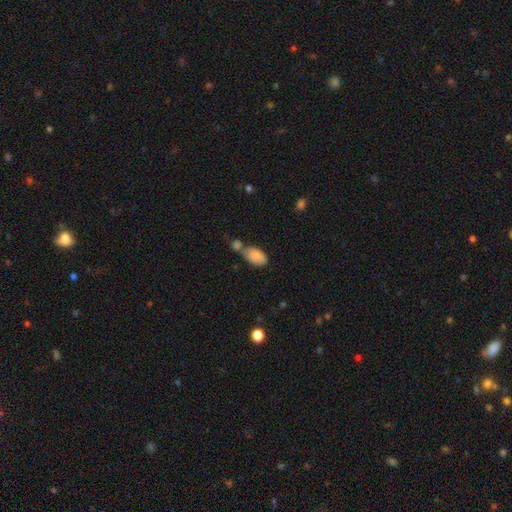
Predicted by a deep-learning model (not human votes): A smooth galaxy with no disk features (81%) that is in between round and cigar-shaped (94%).

Vote fractions:
- Smooth or featured? smooth: 81% / featured or disk: 12% / star or artifact: 7%
- How rounded? in between: 94% / round: 5% / cigar-shaped: 2%
- Merging? none: 42% / merger: 36% / minor disturbance: 16% / major disturbance: 6%